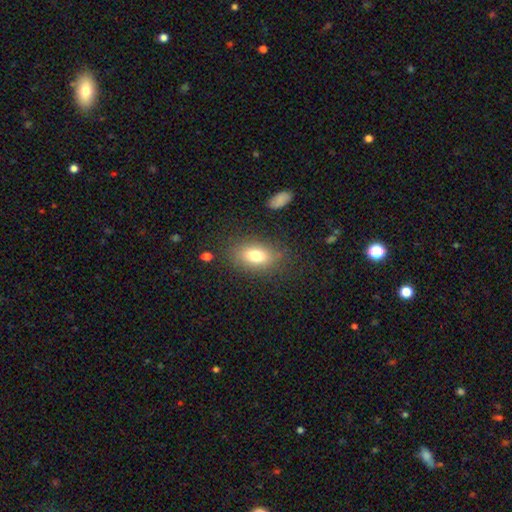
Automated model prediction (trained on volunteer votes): Q: Smooth or featured?
A: smooth (78%); runner-up: featured or disk (13%)
Q: How rounded?
A: in between (86%); runner-up: round (9%)
Q: Merging?
A: none (79%); runner-up: minor disturbance (14%)